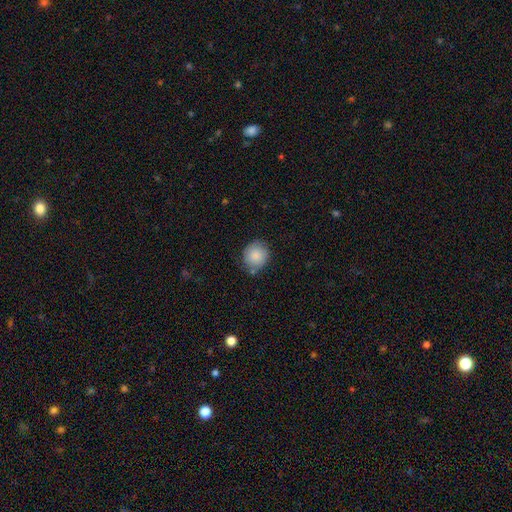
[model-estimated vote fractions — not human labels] Overall: smooth (87%). How rounded: round (85%). Merging: none (79%).